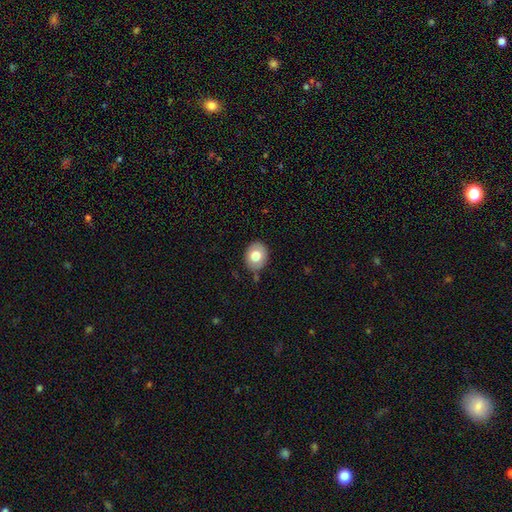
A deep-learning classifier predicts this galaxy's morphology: The model was most divided on "how rounded": in between: 51%, round: 48%, cigar-shaped: 1%. More confident: merging — none (80%); smooth or featured — smooth (75%).